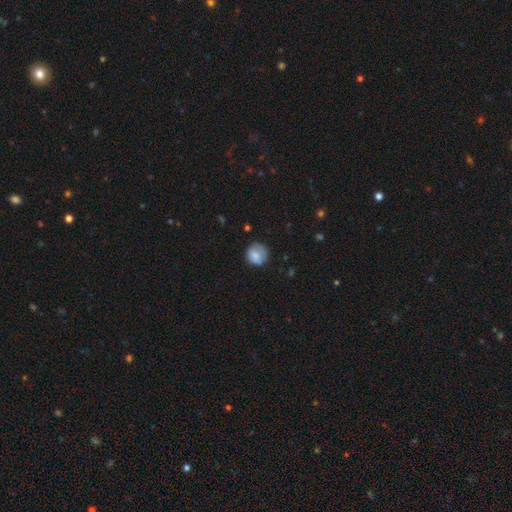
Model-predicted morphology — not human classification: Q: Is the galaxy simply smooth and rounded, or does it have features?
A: smooth — 80%.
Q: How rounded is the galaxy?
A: round — 86%.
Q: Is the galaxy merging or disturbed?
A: none — 69%.